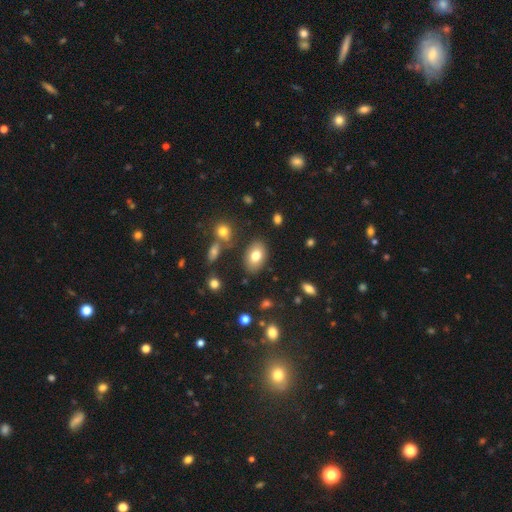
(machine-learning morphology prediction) This appears to be a smooth galaxy with no disk features (77%) that is in between round and cigar-shaped (88%). Merging: none (81%).